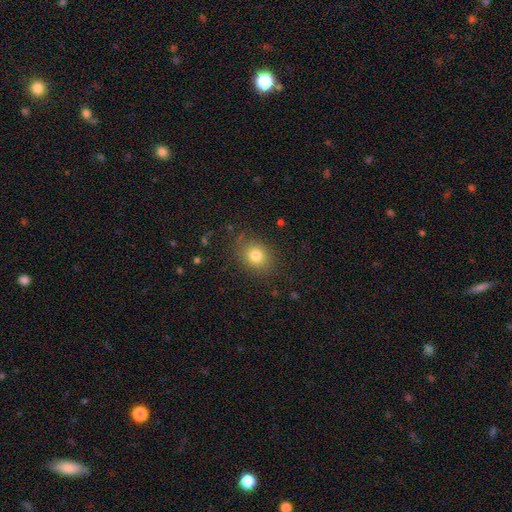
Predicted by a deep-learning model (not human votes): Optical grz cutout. It shows a smooth galaxy with no disk features (80%) that is round (58%). Merging: none (81%).